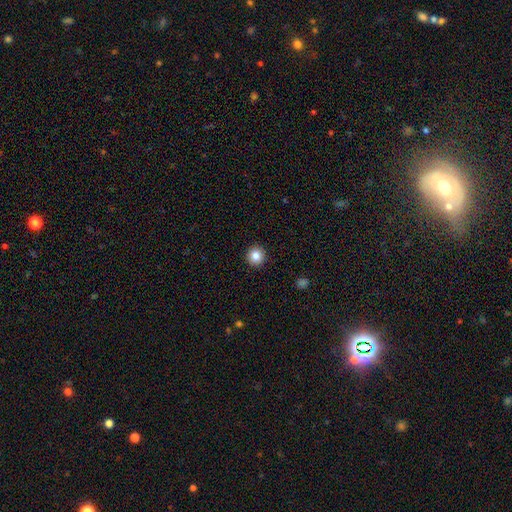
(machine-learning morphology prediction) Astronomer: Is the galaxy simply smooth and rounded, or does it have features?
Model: smooth — 83%.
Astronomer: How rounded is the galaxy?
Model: round — 95%.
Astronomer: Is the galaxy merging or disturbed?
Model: none — 93%.